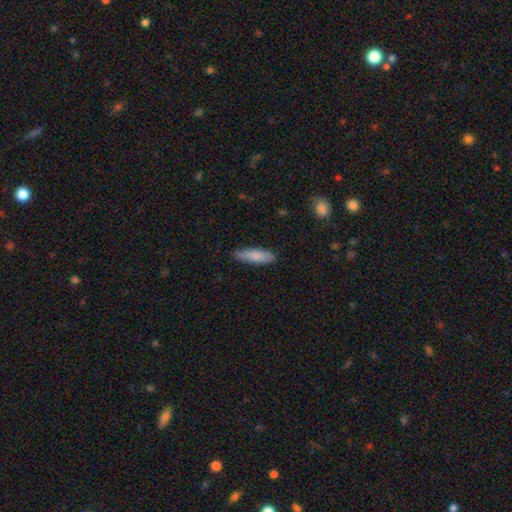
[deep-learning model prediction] This is clearly a smooth galaxy (84%). How rounded: possibly cigar-shaped (58%). Merging: clearly none (84%).